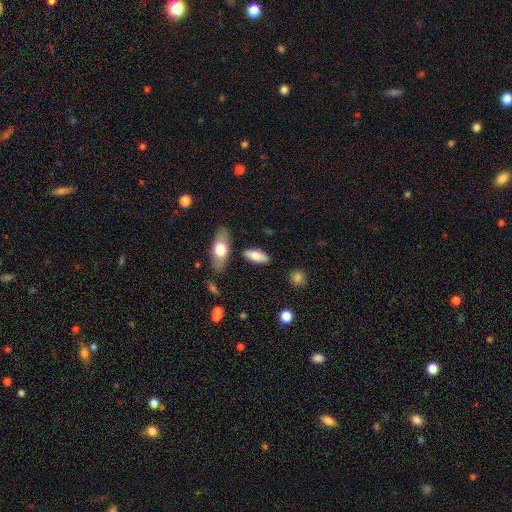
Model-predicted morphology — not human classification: A smooth galaxy with no disk features (77%) that is in between round and cigar-shaped (76%).

Vote fractions:
- Smooth or featured? smooth: 77% / featured or disk: 16% / star or artifact: 7%
- How rounded? in between: 76% / cigar-shaped: 21% / round: 3%
- Merging? none: 82% / minor disturbance: 11% / merger: 4% / major disturbance: 3%